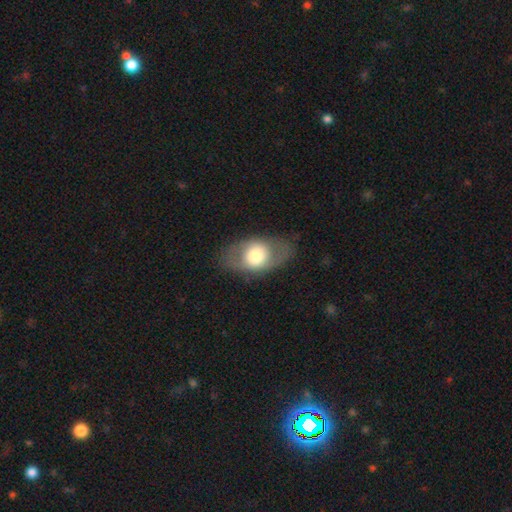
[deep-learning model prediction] Smooth or featured: smooth — 56% (featured or disk — 37%)
How rounded: in between — 77% (round — 21%)
Merging: none — 78% (minor disturbance — 13%)